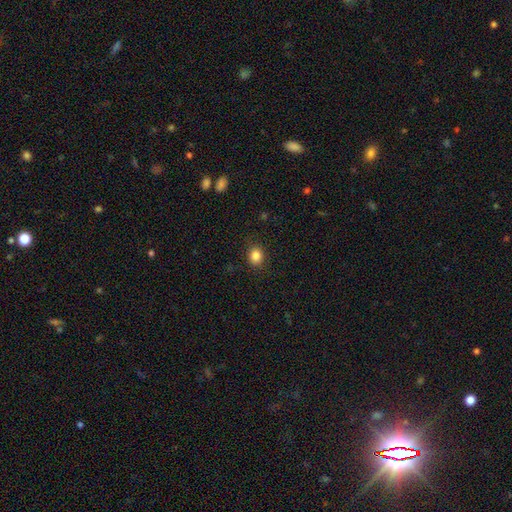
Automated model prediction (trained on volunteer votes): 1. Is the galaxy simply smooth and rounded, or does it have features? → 85% smooth, 11% star or artifact, 5% featured or disk.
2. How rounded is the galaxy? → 71% round, 28% in between, 1% cigar-shaped.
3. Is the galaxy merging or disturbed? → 89% none, 8% minor disturbance, 3% major disturbance, 1% merger.